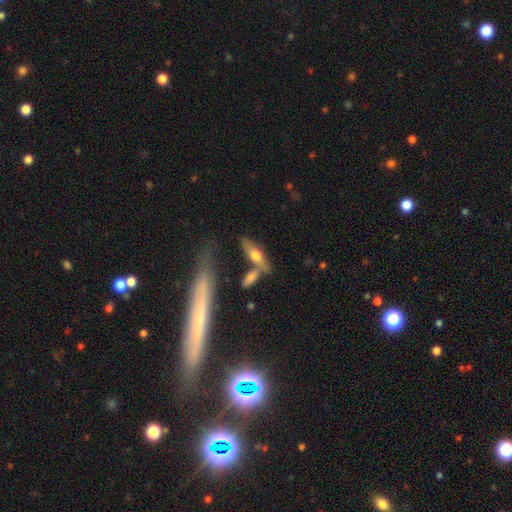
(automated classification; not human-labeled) Overall: smooth (50%; featured or disk 43%). Merging: none (50%; merger 29%).